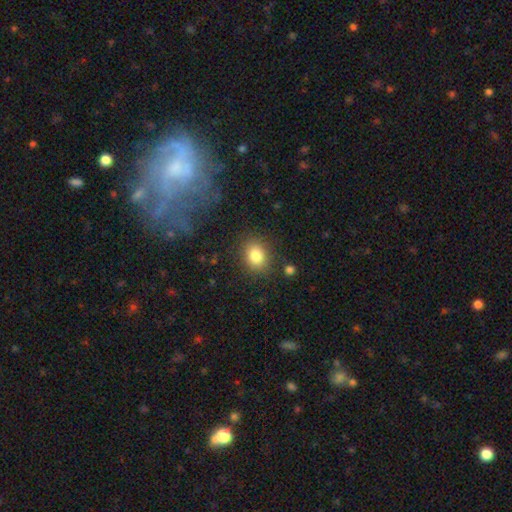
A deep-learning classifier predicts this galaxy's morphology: A smooth galaxy with no disk features (83%) that is round (51%).

Vote fractions:
- Smooth or featured? smooth: 83% / star or artifact: 10% / featured or disk: 7%
- How rounded? round: 51% / in between: 48% / cigar-shaped: 1%
- Merging? none: 83% / minor disturbance: 10% / major disturbance: 4% / merger: 3%